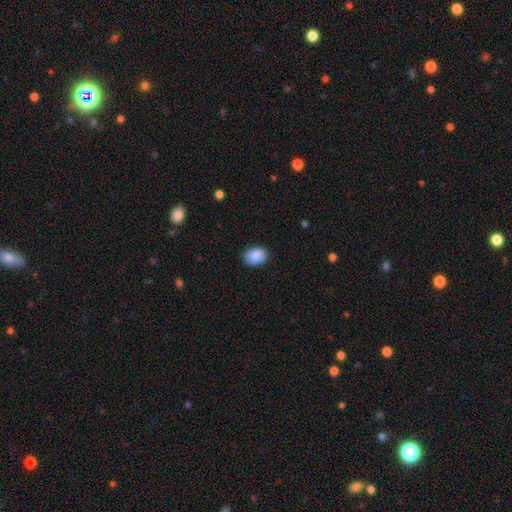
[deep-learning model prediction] Smooth or featured?
  - smooth: 90% *
  - star or artifact: 7%
  - featured or disk: 3%
How rounded?
  - in between: 67% *
  - round: 32%
  - cigar-shaped: 1%
Merging?
  - none: 85% *
  - minor disturbance: 12%
  - major disturbance: 2%
  - merger: 1%